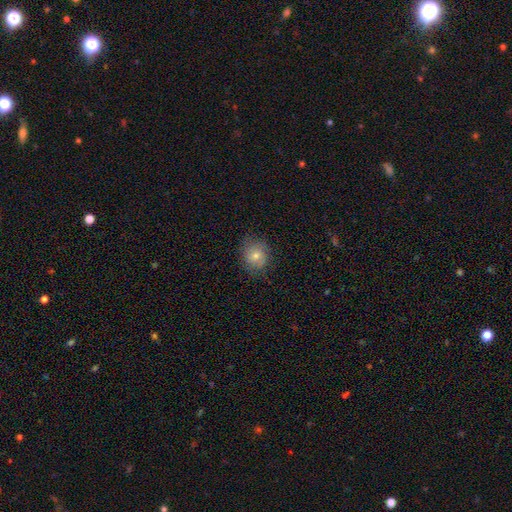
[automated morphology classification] smooth_or_featured: smooth (p=0.68) [alt: featured or disk p=0.22]
how_rounded: round (p=0.75) [alt: in between p=0.24]
merging: none (p=0.76) [alt: minor disturbance p=0.18]